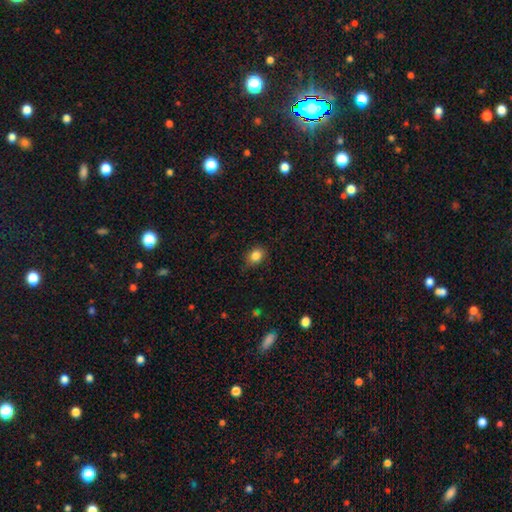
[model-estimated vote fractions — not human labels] Smooth or featured?
  - smooth: 84% *
  - star or artifact: 10%
  - featured or disk: 6%
How rounded?
  - round: 50% *
  - in between: 49%
  - cigar-shaped: 1%
Merging?
  - none: 77% *
  - minor disturbance: 18%
  - major disturbance: 4%
  - merger: 1%